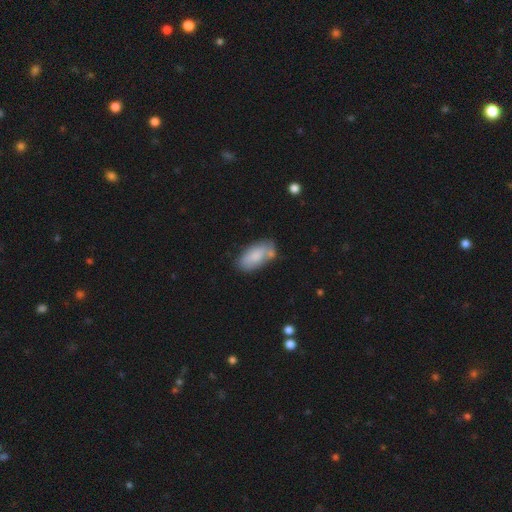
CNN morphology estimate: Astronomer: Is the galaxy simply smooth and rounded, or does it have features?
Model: smooth — 78%.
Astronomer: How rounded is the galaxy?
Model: in between — 91%.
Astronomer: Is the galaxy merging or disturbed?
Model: none — 58%.